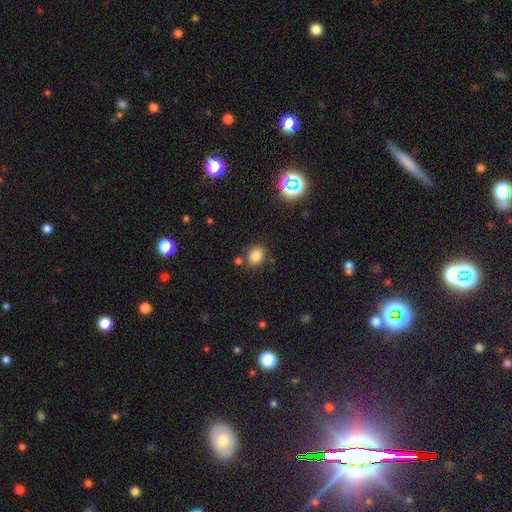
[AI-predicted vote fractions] Smooth or featured? Predicted: smooth (p=0.81). How rounded? Predicted: round (p=0.50). Merging? Predicted: none (p=0.79).